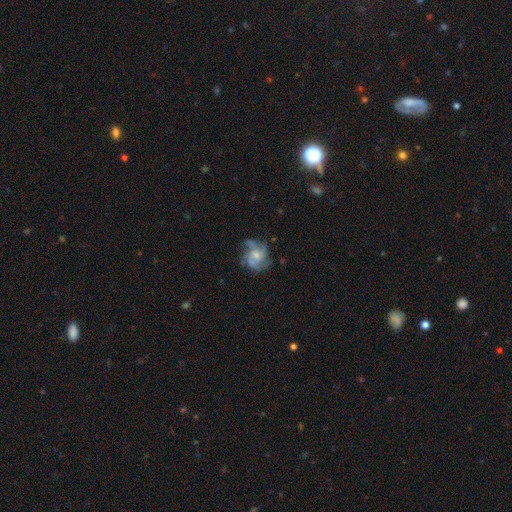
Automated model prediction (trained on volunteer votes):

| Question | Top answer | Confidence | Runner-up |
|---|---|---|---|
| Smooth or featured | featured or disk | 78% | smooth (15%) |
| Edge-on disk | no | 98% | yes (2%) |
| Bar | no | 67% | weak (29%) |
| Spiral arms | yes | 92% | no (8%) |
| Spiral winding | medium | 49% | tight (32%) |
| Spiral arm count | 3 | 46% | 4 (16%) |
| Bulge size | small | 44% | moderate (38%) |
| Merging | none | 61% | minor disturbance (21%) |